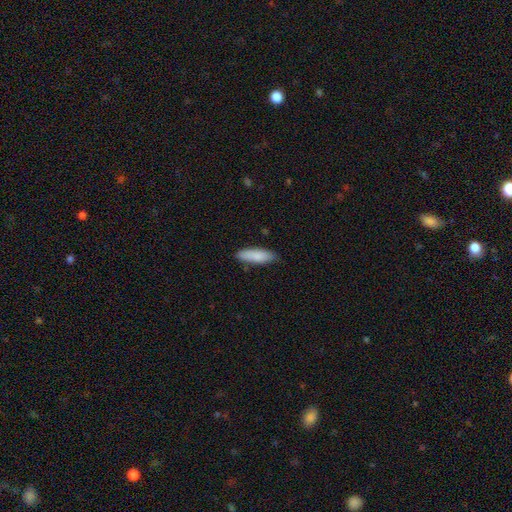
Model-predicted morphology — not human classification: A smooth galaxy with no disk features (86%) that is in between round and cigar-shaped (52%).

Vote fractions:
- Smooth or featured? smooth: 86% / featured or disk: 8% / star or artifact: 6%
- How rounded? in between: 52% / cigar-shaped: 47% / round: 2%
- Merging? none: 83% / minor disturbance: 13% / major disturbance: 2% / merger: 1%